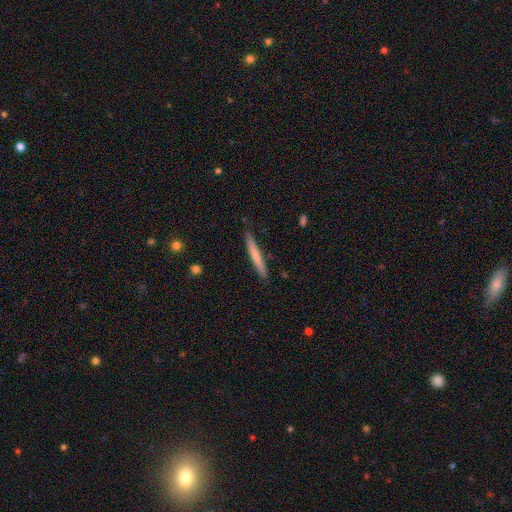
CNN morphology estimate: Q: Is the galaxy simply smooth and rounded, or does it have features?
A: smooth — 63%.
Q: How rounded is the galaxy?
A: cigar-shaped — 96%.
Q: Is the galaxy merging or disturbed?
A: none — 87%.